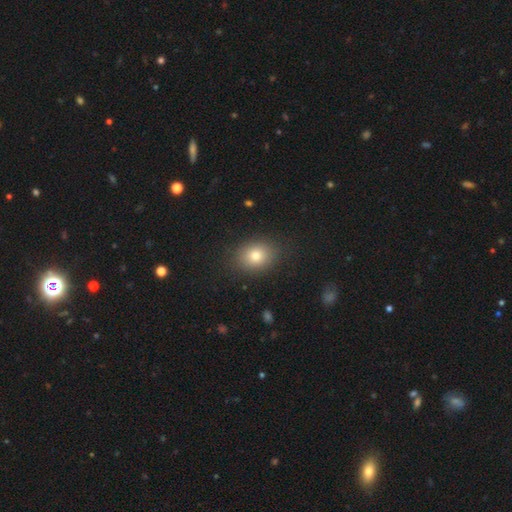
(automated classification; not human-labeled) Smooth or featured? smooth (78%)
How rounded? in between (50%)
Merging? none (86%)